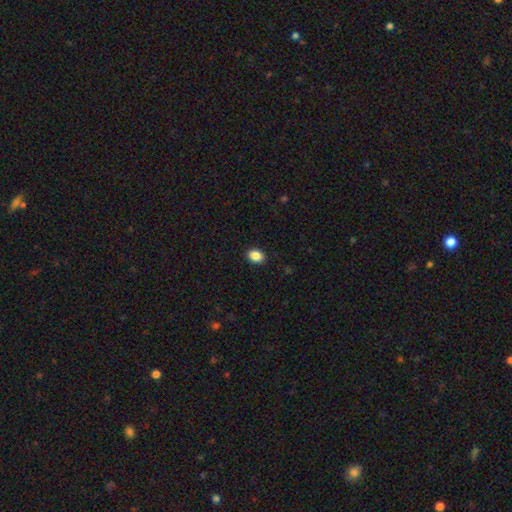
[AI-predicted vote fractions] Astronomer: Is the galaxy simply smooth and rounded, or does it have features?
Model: smooth — 87%.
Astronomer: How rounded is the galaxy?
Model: in between — 67%.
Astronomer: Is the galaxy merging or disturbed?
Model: none — 91%.